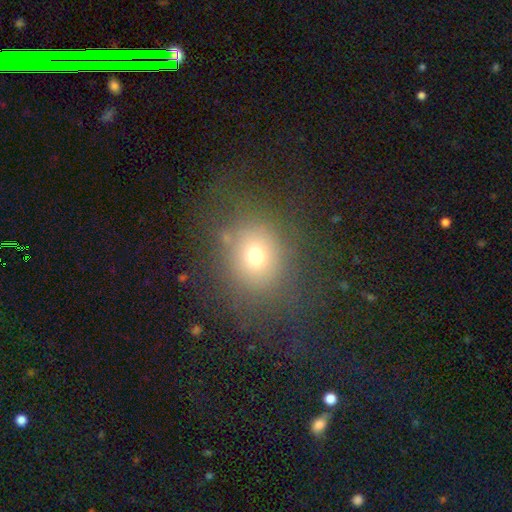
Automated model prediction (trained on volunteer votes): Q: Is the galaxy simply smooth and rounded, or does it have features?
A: smooth — 69%.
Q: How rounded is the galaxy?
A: round — 73%.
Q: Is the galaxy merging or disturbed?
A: none — 70%.